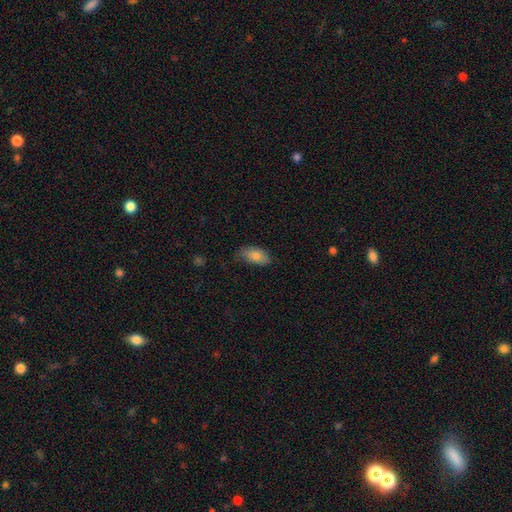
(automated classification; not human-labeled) smooth_or_featured: smooth (p=0.83) [alt: featured or disk p=0.10]
how_rounded: in between (p=0.92) [alt: cigar-shaped p=0.05]
merging: none (p=0.63) [alt: minor disturbance p=0.29]